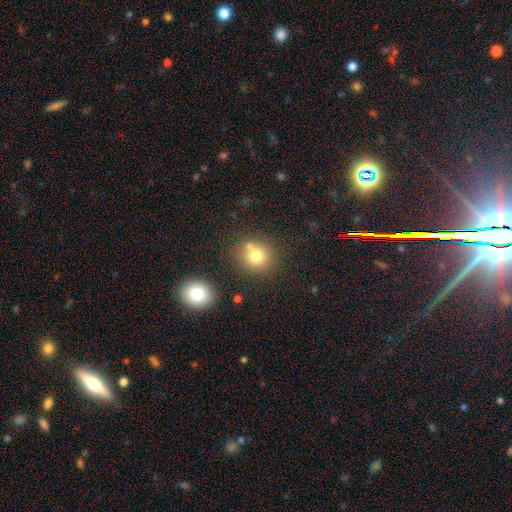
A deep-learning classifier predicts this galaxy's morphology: type=smooth (76%); roundness=round (82%); merging=none (68%).